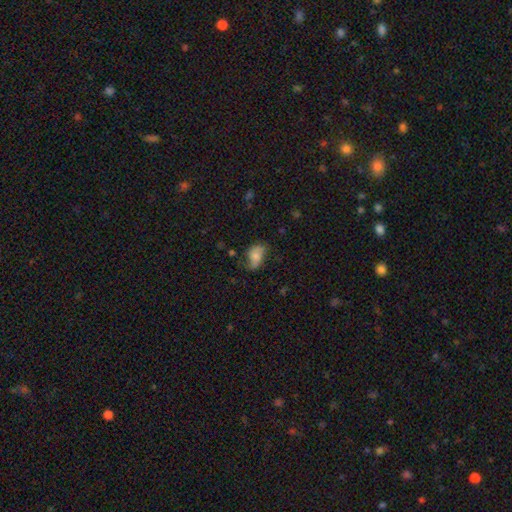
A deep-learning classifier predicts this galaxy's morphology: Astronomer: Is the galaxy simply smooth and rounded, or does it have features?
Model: smooth — 63%.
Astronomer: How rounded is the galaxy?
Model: in between — 87%.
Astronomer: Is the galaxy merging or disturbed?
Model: none — 52% (runner-up: minor disturbance, 31%).